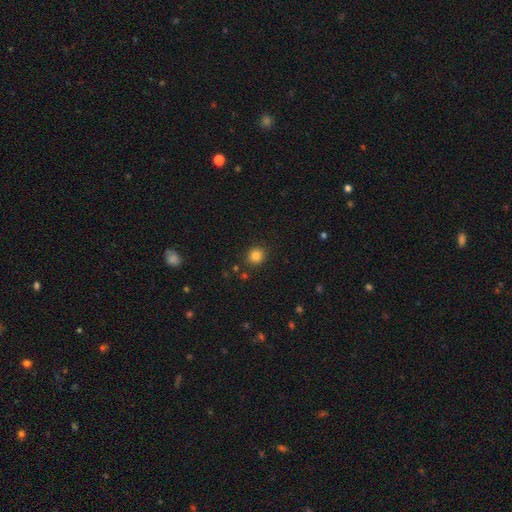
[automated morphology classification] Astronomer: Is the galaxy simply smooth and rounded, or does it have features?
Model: smooth — 83%.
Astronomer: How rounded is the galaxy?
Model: round — 85%.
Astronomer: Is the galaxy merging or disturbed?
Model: none — 87%.